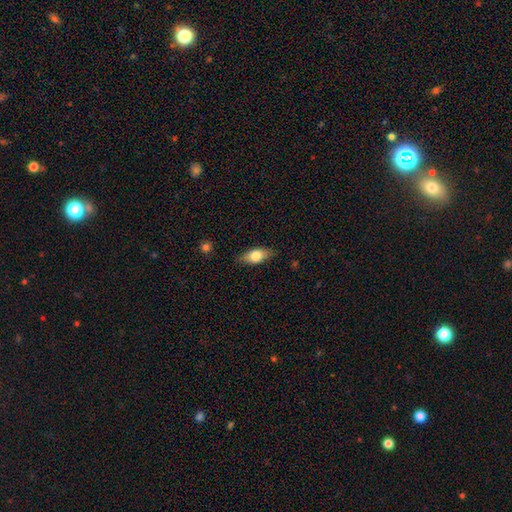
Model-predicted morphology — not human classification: The model was most divided on "smooth or featured": smooth: 72%, featured or disk: 21%, star or artifact: 7%. More confident: merging — none (83%); how rounded — in between (83%).